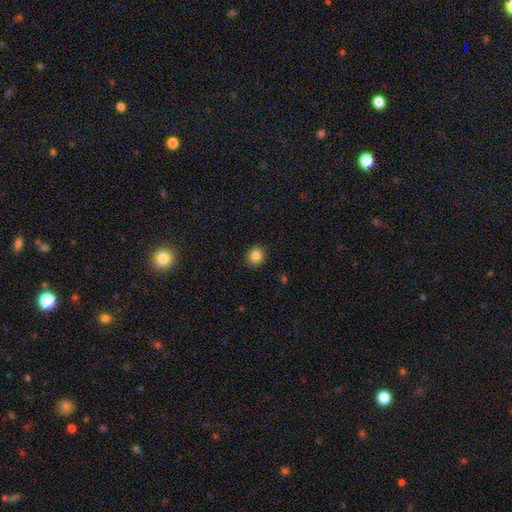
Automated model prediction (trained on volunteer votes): Morphology: type=smooth (79%); roundness=round (76%); merging=none (82%).